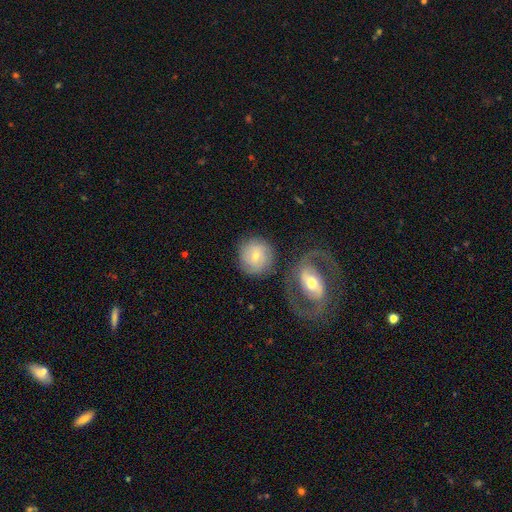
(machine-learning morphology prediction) type=smooth (50%); roundness=round (88%); merging=none (67%).